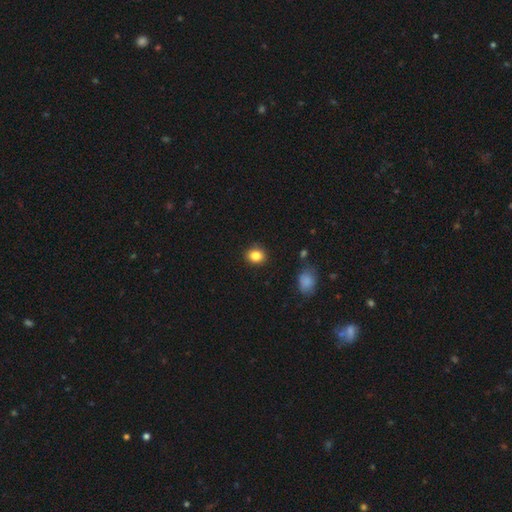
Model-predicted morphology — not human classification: A smooth galaxy with no disk features (85%) that is round (68%). Merging: none (89%).